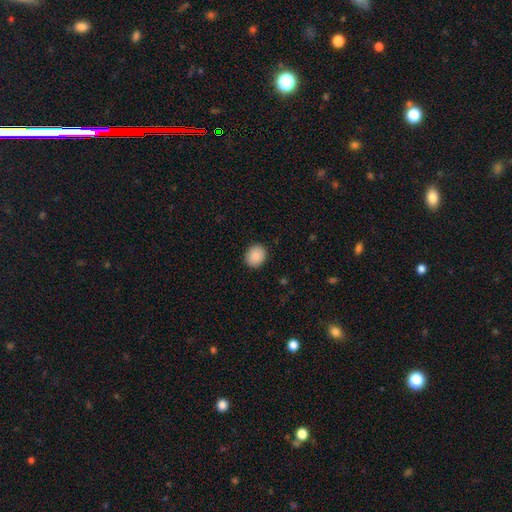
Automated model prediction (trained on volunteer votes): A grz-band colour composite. It shows a smooth galaxy with no disk features (89%) that is round (58%). Merging: none (90%).